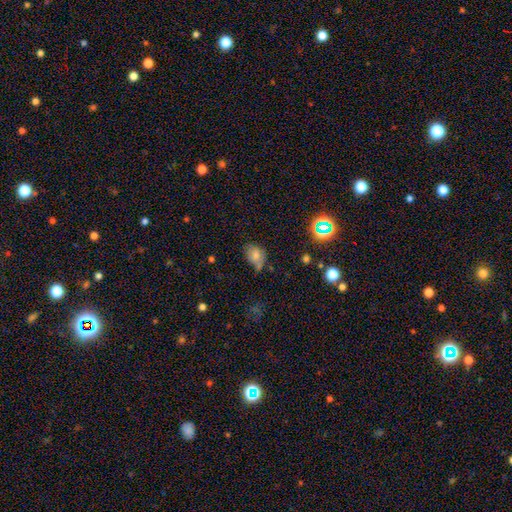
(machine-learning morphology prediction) type=smooth (68%); roundness=in between (66%); merging=none (47%).